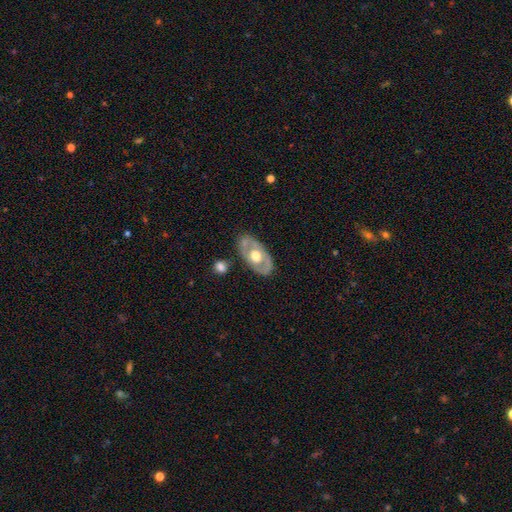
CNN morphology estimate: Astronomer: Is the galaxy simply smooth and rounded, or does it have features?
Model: featured or disk — 62%.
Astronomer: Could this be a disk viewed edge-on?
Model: no — 87%.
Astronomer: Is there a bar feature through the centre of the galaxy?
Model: no — 84%.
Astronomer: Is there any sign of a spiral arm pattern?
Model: no — 73%.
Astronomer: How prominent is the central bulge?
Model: moderate — 61%.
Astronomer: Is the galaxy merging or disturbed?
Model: none — 78%.